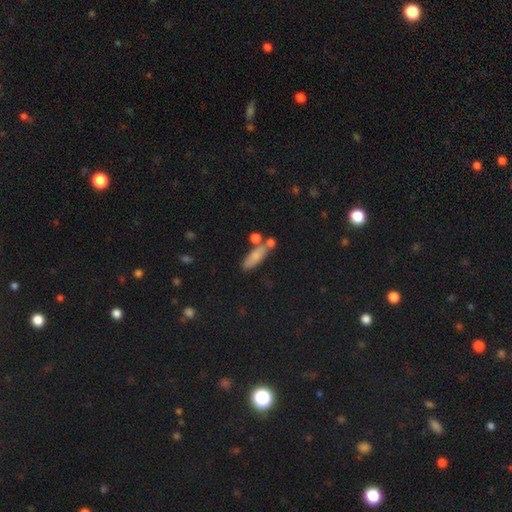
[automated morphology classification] type=smooth (73%); roundness=in between (53%); merging=none (56%).